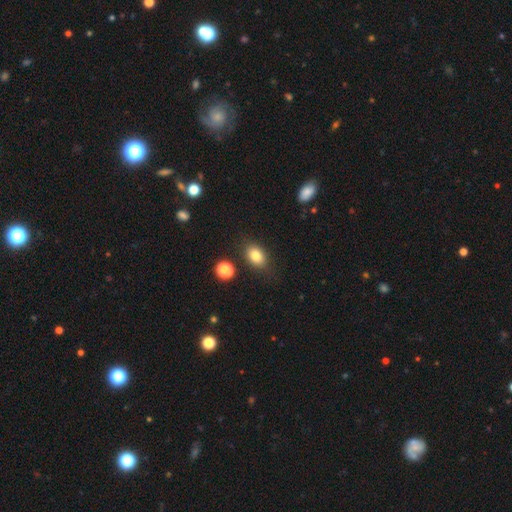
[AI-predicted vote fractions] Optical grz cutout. It shows a smooth galaxy with no disk features (81%) that is in between round and cigar-shaped (76%). Merging: none (80%).